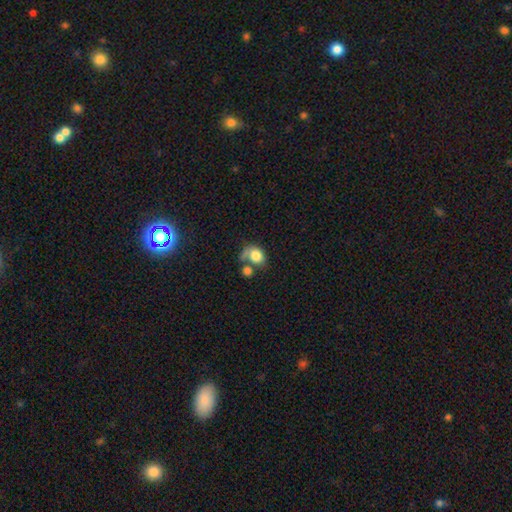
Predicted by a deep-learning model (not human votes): smooth-or-featured: smooth: 75% | featured or disk: 17% | star or artifact: 8%
  how-rounded: round: 52% | in between: 47% | cigar-shaped: 1%
  merging: merger: 40% | none: 26% | major disturbance: 19% | minor disturbance: 15%